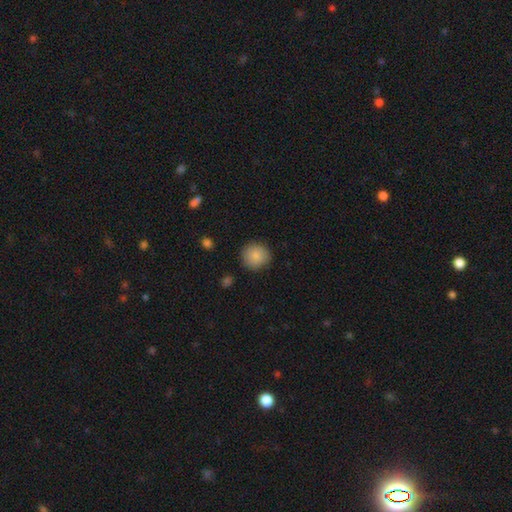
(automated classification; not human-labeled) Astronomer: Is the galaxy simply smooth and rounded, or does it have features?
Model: smooth — 87%.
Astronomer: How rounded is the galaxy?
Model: round — 91%.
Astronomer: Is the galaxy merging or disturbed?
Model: none — 88%.